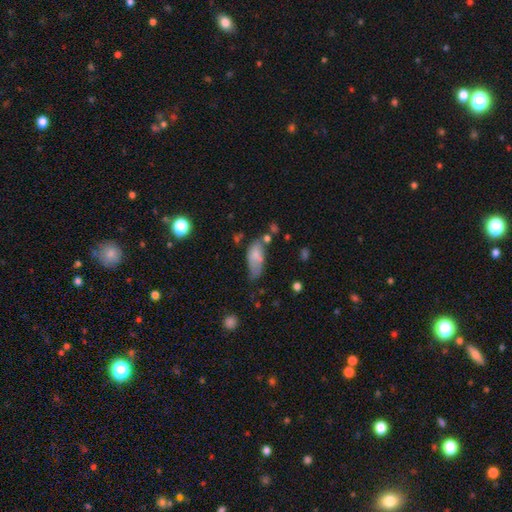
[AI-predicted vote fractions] smooth 72%, featured or disk 20%, star or artifact 8%. Down the decision tree: how rounded — in between (84%); merging — minor disturbance (35%).